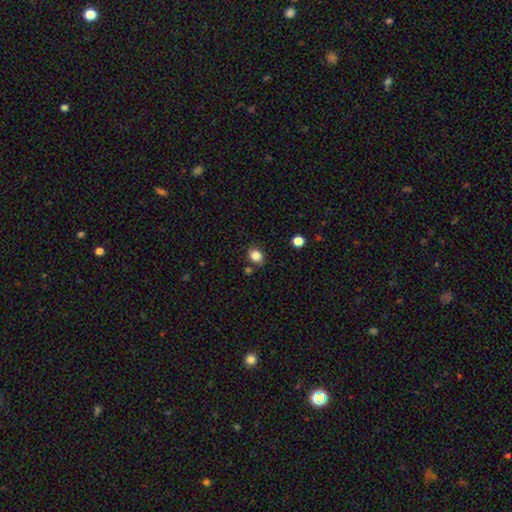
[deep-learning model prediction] The model was most divided on "how rounded": round: 53%, in between: 46%, cigar-shaped: 1%. More confident: smooth or featured — smooth (85%); merging — none (80%).